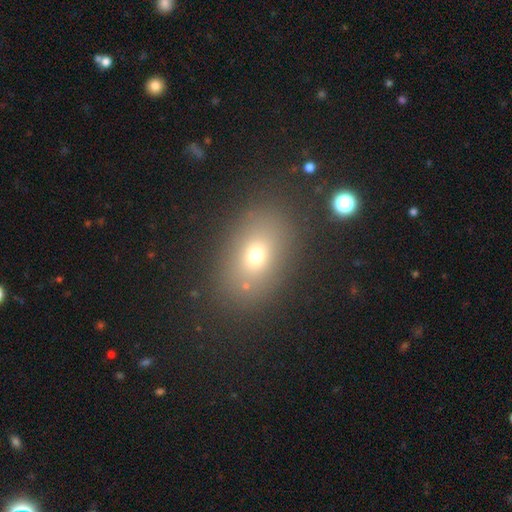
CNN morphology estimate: type=smooth (68%); roundness=in between (72%); merging=none (81%).